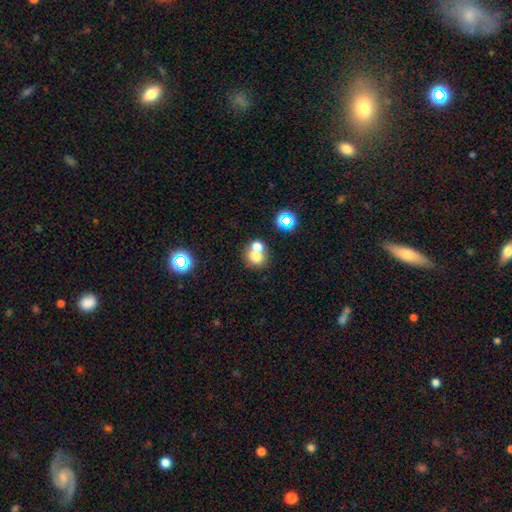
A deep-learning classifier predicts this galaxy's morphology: A smooth galaxy with no disk features (70%) that is round (78%). Merging: merger (48%).